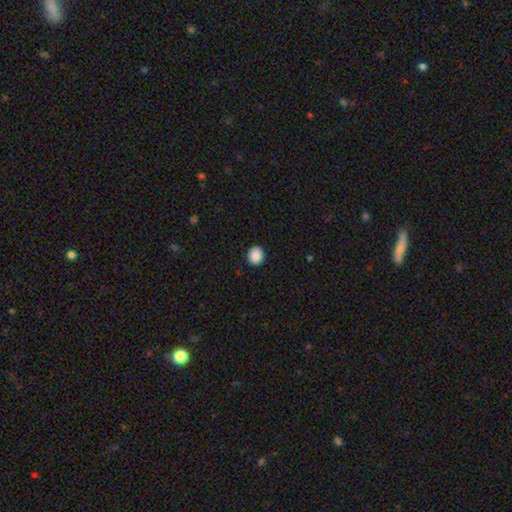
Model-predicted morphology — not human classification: smooth_or_featured: smooth (p=0.89) [alt: star or artifact p=0.09]
how_rounded: round (p=0.73) [alt: in between p=0.26]
merging: none (p=0.89) [alt: minor disturbance p=0.08]